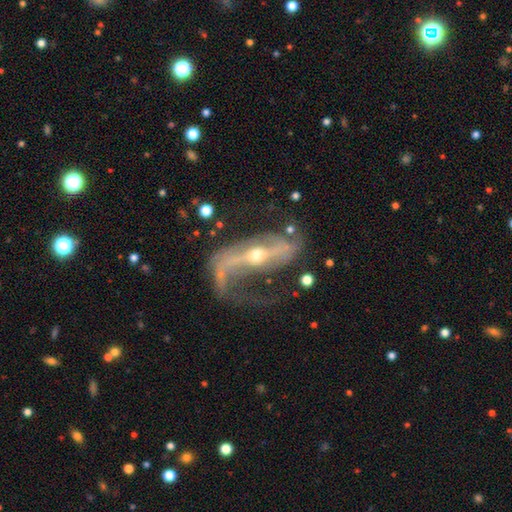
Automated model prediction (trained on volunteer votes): Q: Smooth or featured?
A: featured or disk (88%); runner-up: star or artifact (6%)
Q: Edge-on disk?
A: no (89%); runner-up: yes (11%)
Q: Bar?
A: strong (57%); runner-up: weak (24%)
Q: Spiral arms?
A: yes (93%); runner-up: no (7%)
Q: Spiral winding?
A: loose (63%); runner-up: medium (27%)
Q: Spiral arm count?
A: 2 (71%); runner-up: 1 (23%)
Q: Bulge size?
A: small (51%); runner-up: moderate (44%)
Q: Merging?
A: none (47%); runner-up: major disturbance (29%)